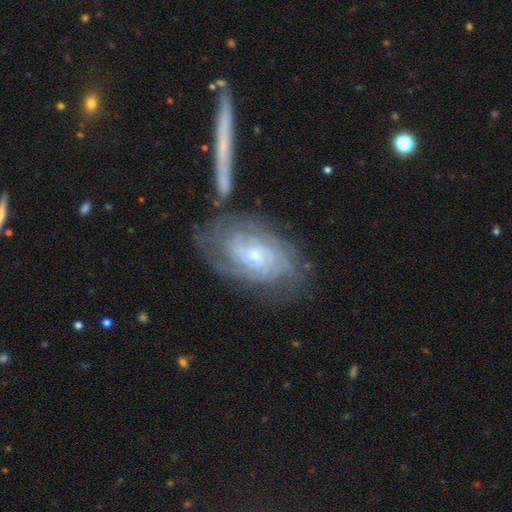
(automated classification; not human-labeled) The model was most divided on "spiral arm count": can't tell: 42%, 2: 17%, 3: 15%, 4: 14%, more than 4: 7%, 1: 5%. More confident: spiral arms — yes (95%); edge-on disk — no (94%); smooth or featured — featured or disk (82%); bulge size — small (74%); bar — no (70%); spiral winding — tight (70%); merging — none (63%).